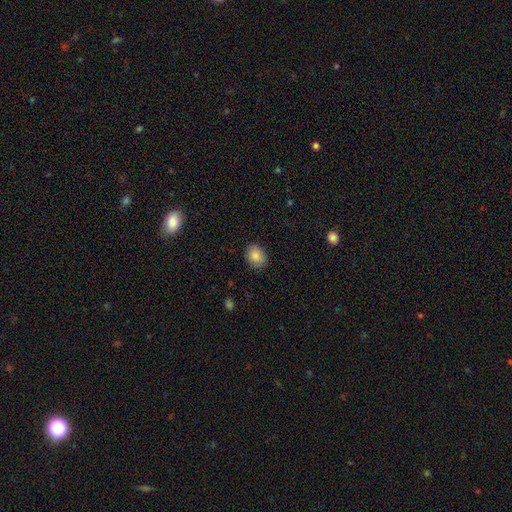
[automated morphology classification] smooth_or_featured: smooth (p=0.87) [alt: star or artifact p=0.07]
how_rounded: in between (p=0.66) [alt: round p=0.33]
merging: none (p=0.85) [alt: minor disturbance p=0.11]